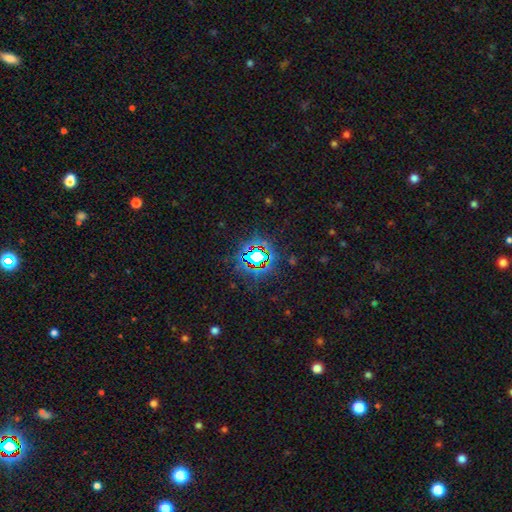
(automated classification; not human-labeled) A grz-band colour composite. It shows a star or artifact, not a galaxy (75%).